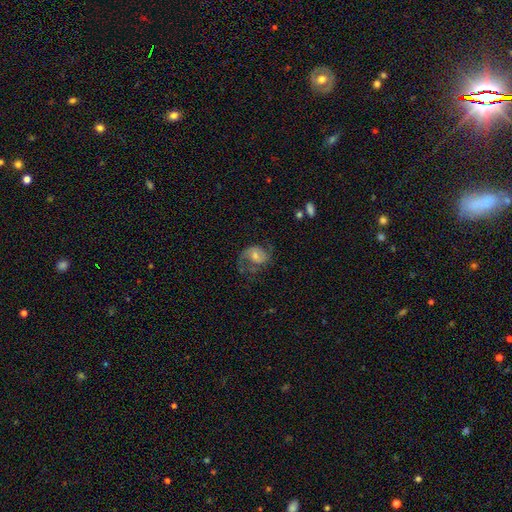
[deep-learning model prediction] This is likely a featured or disk galaxy (63%). It is clearly not viewed edge-on (97%). Bar: possibly no (48%). Spiral arm pattern: clearly yes (86%). Spiral arm count: likely 2 (70%). Spiral winding: marginally medium (44%). Central bulge: marginally moderate (45%). Merging: possibly none (46%).